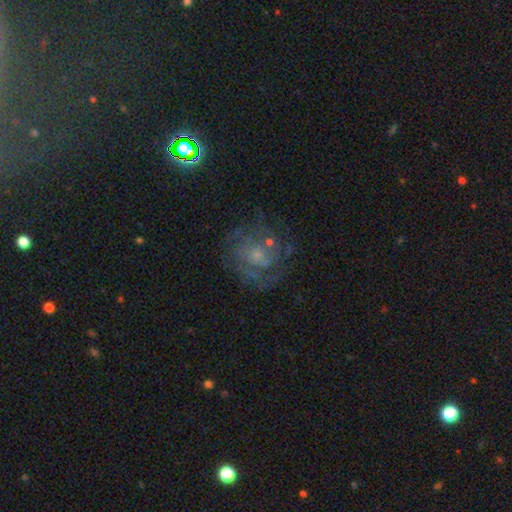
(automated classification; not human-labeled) Morphology: type=featured or disk (66%); edge-on=no (98%); bar=no (80%); spiral arms=yes (72%); bulge=small (59%); merging=none (62%).